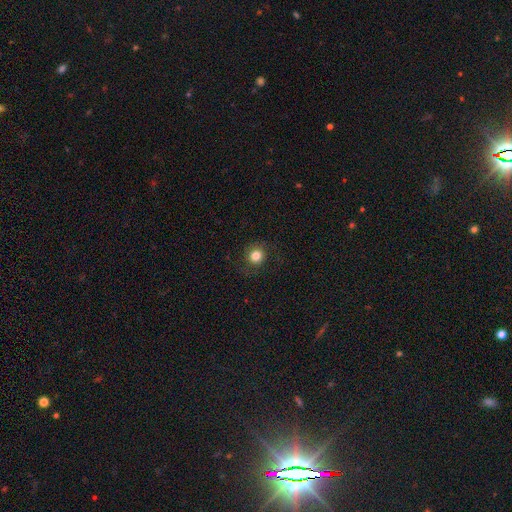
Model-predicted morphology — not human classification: Smooth or featured: smooth — 80% (star or artifact — 11%)
How rounded: round — 89% (in between — 10%)
Merging: none — 83% (minor disturbance — 10%)